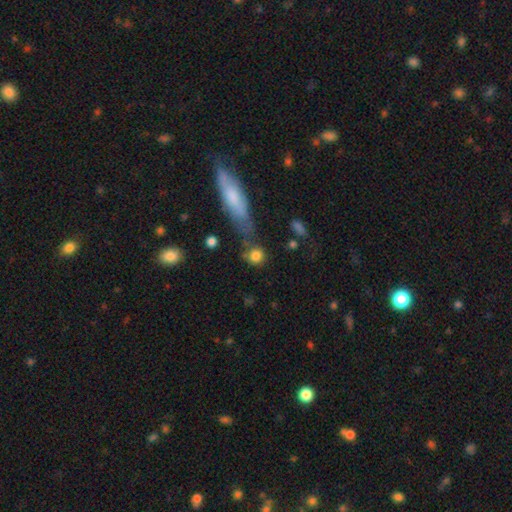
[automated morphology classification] Overall: smooth (81%). How rounded: round (79%). Merging: none (58%).